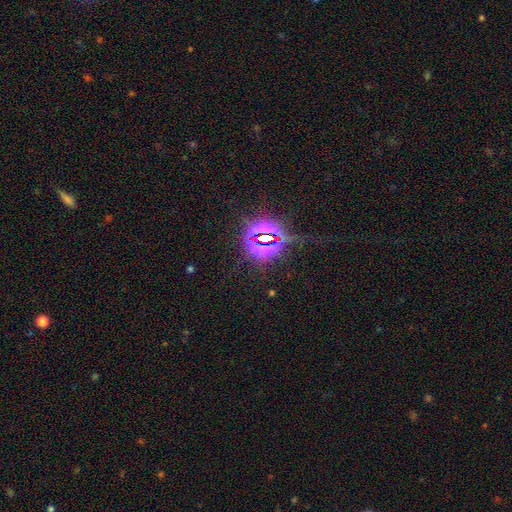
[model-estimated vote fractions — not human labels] Overall: star or artifact (85%).